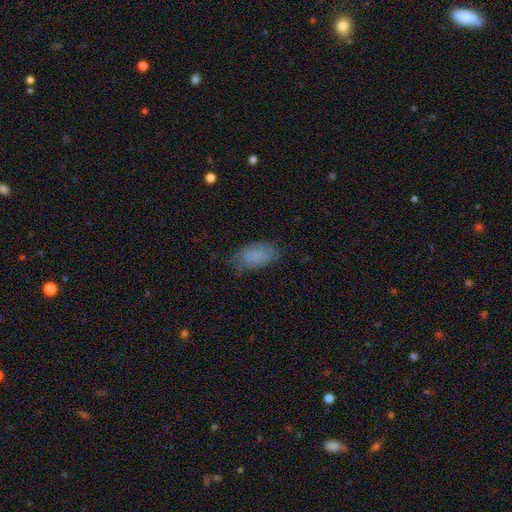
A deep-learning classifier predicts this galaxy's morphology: Overall: smooth (83%). How rounded: in between (92%). Merging: none (73%).